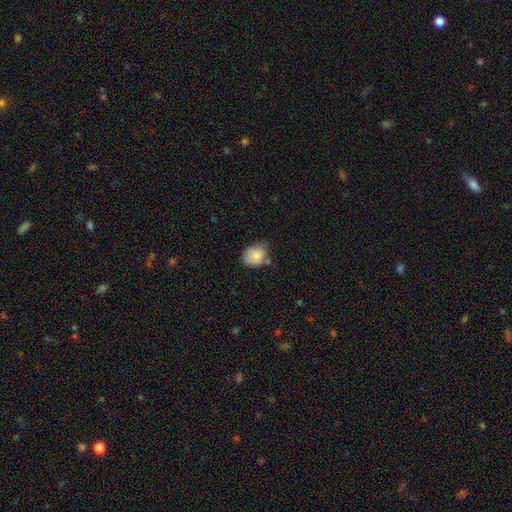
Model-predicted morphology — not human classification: smooth 84%, star or artifact 8%, featured or disk 8%. Down the decision tree: how rounded — round (56%); merging — none (52%).